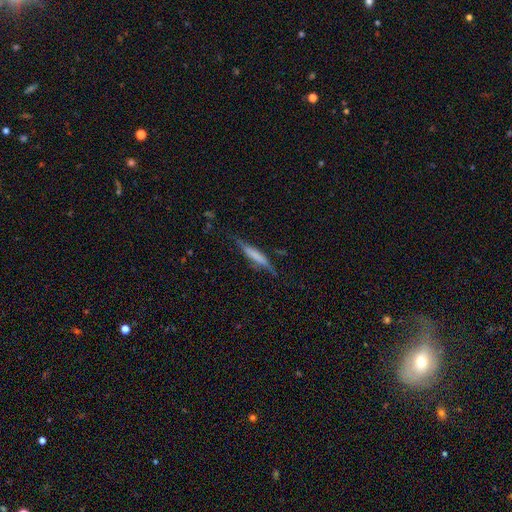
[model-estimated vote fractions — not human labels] The model was most divided on "smooth or featured": smooth: 51%, featured or disk: 42%, star or artifact: 7%. More confident: how rounded — cigar-shaped (90%); merging — none (74%).